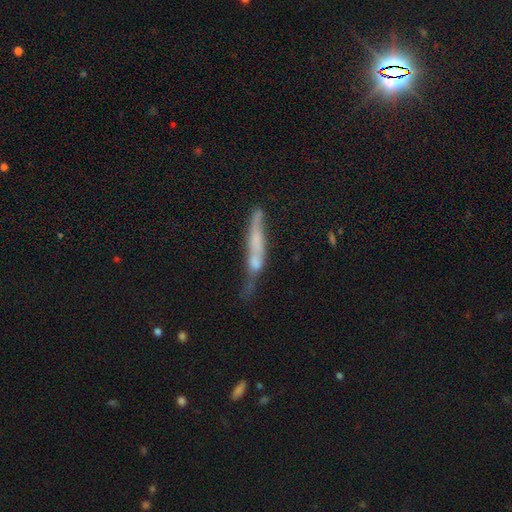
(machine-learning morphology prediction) This is possibly a featured or disk galaxy (50%). It is likely viewed edge-on (73%). Merging: marginally none (38%).